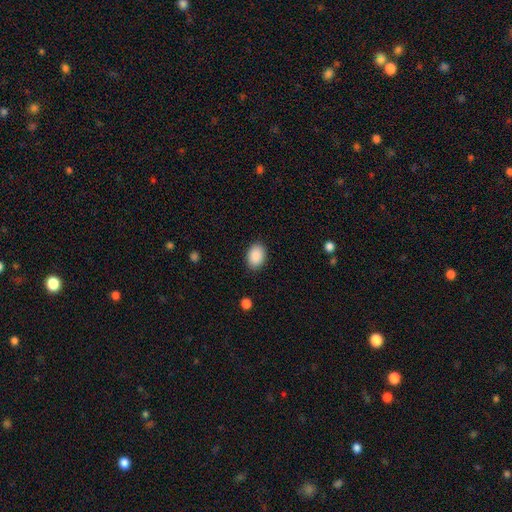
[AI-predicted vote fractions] smooth_or_featured: smooth (p=0.90) [alt: star or artifact p=0.07]
how_rounded: in between (p=0.80) [alt: round p=0.19]
merging: none (p=0.88) [alt: minor disturbance p=0.09]